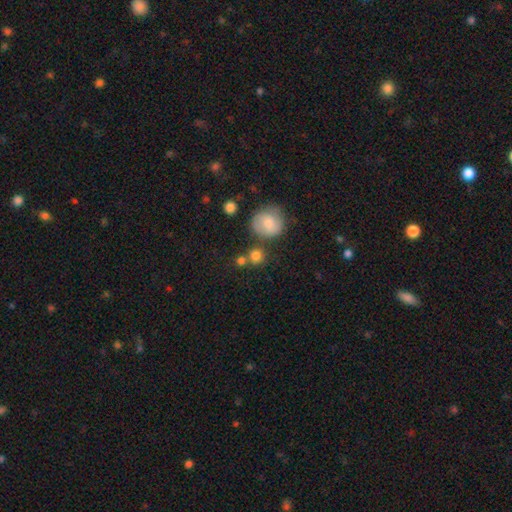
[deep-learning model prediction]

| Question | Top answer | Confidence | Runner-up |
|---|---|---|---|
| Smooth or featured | smooth | 80% | star or artifact (12%) |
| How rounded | round | 89% | in between (10%) |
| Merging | none | 64% | merger (22%) |